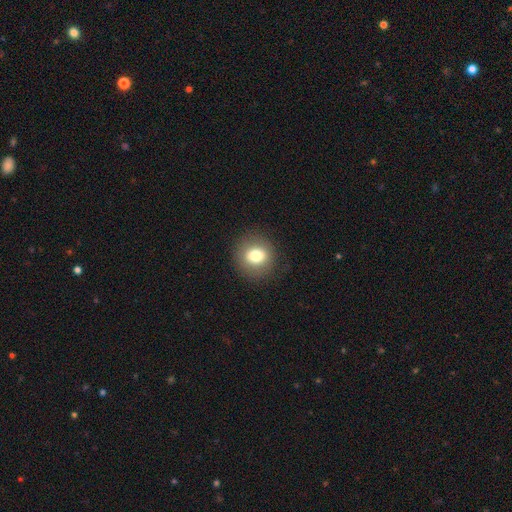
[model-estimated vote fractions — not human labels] Morphology: type=smooth (76%); roundness=round (85%); merging=none (88%).